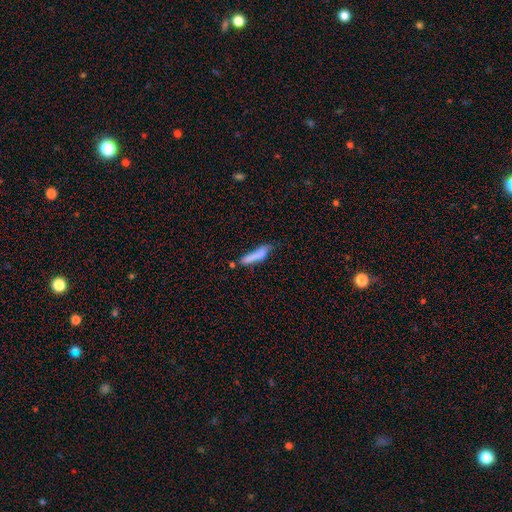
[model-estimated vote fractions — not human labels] smooth 76%, featured or disk 16%, star or artifact 8%. Down the decision tree: how rounded — cigar-shaped (81%); merging — none (47%).